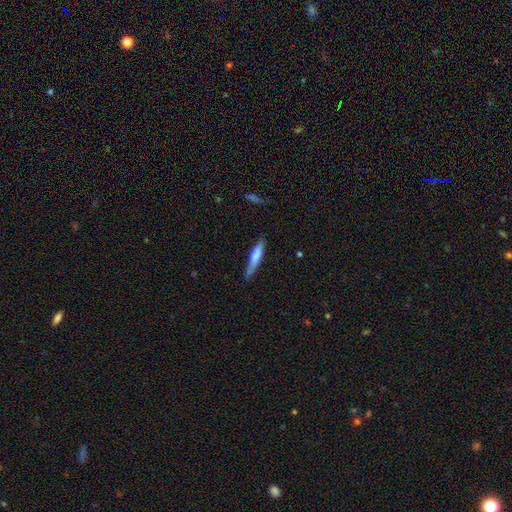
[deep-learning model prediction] A smooth galaxy with no disk features (62%) that is cigar-shaped (88%).

Vote fractions:
- Smooth or featured? smooth: 62% / featured or disk: 32% / star or artifact: 6%
- How rounded? cigar-shaped: 88% / in between: 11% / round: 1%
- Merging? none: 77% / minor disturbance: 18% / major disturbance: 3% / merger: 2%